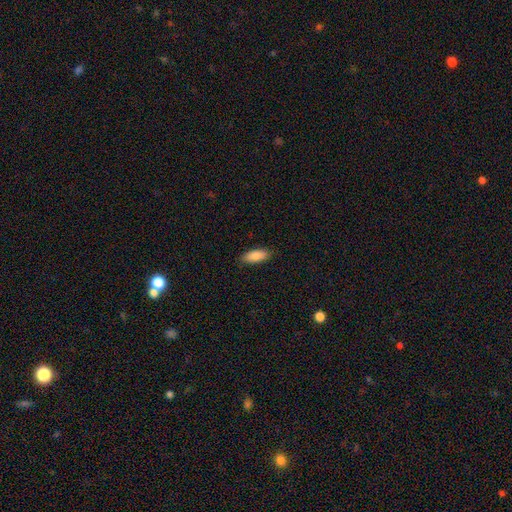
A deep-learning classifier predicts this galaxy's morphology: This appears to be a smooth galaxy with no disk features (87%) that is in between round and cigar-shaped (78%). Merging: none (87%).